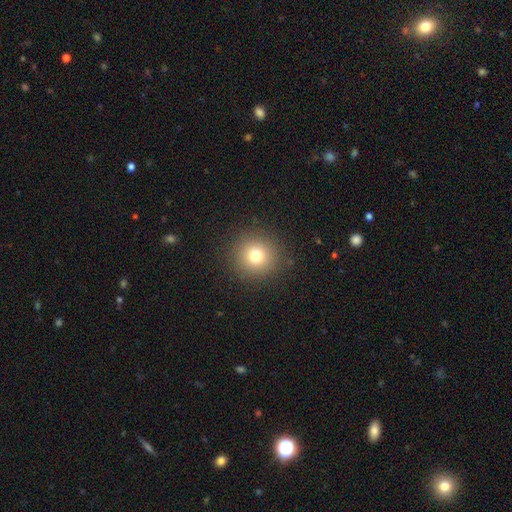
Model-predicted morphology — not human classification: Q: Smooth or featured?
A: smooth (76%); runner-up: star or artifact (14%)
Q: How rounded?
A: round (94%); runner-up: in between (5%)
Q: Merging?
A: none (90%); runner-up: minor disturbance (6%)